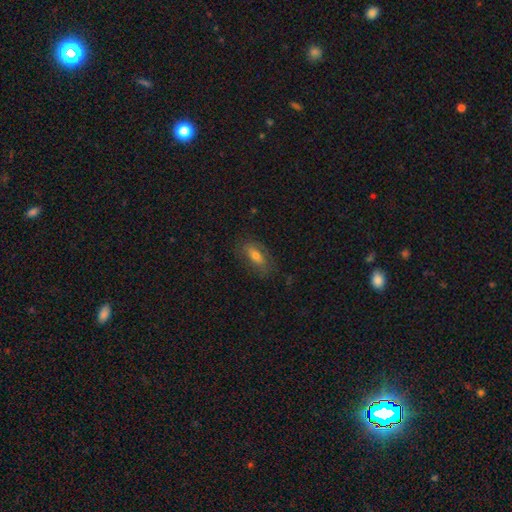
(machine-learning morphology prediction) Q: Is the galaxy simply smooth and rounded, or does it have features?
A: smooth — 63%.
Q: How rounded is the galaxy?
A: in between — 76%.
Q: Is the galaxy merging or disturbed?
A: none — 73%.